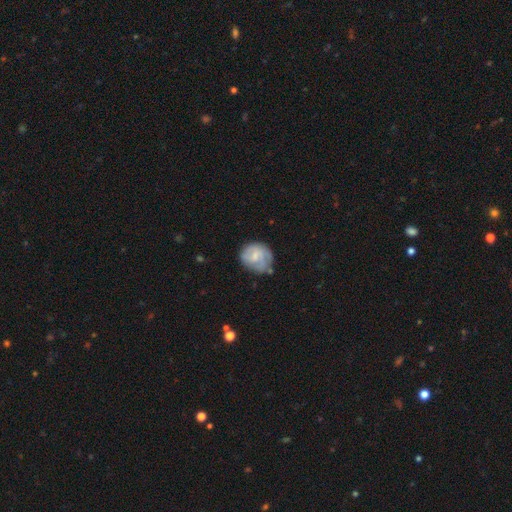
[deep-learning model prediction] smooth_or_featured: featured or disk (p=0.52) [alt: smooth p=0.42]
disk_edge_on: no (p=0.98) [alt: yes p=0.02]
bar: weak (p=0.46) [tied with: no p=0.46]
has_spiral_arms: yes (p=0.77) [alt: no p=0.23]
bulge_size: small (p=0.46) [alt: moderate p=0.31]
merging: none (p=0.60) [alt: minor disturbance p=0.27]